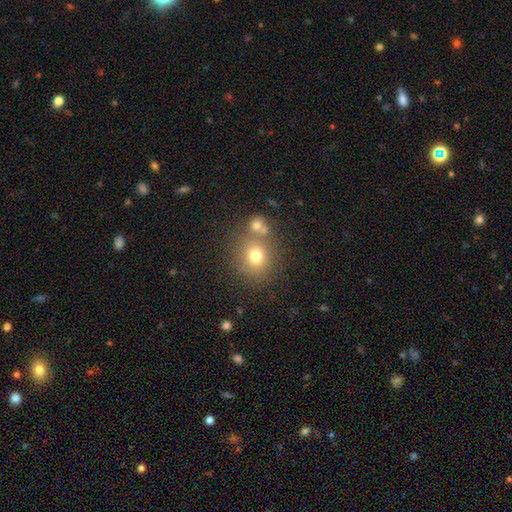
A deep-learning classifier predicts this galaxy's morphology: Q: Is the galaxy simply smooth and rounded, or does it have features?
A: smooth — 74%.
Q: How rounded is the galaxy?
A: round — 82%.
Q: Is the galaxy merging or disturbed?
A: none — 64%.